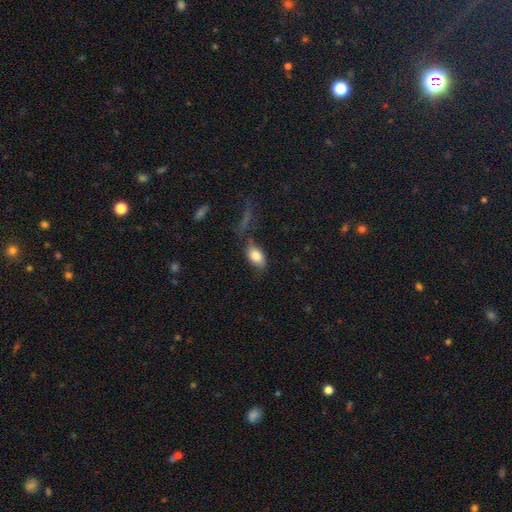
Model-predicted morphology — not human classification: smooth-or-featured: smooth: 83% | featured or disk: 10% | star or artifact: 7%
  how-rounded: in between: 92% | round: 5% | cigar-shaped: 3%
  merging: none: 62% | minor disturbance: 19% | merger: 9% | major disturbance: 9%